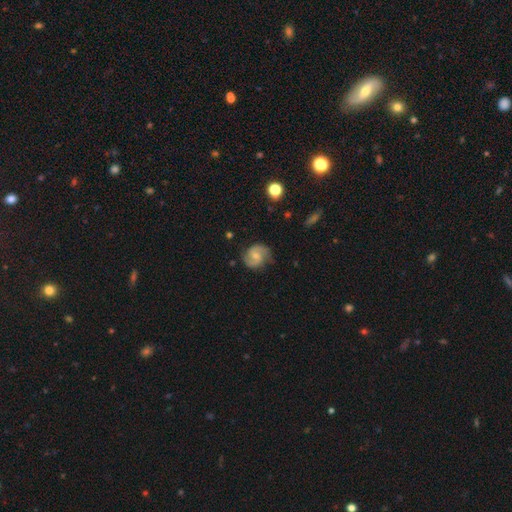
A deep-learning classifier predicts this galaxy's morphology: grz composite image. It shows a featured or disk galaxy (79%) with no bar (47%), 2 (90%) medium (52%) spiral arms (96%) and a small central bulge (51%). Merging: none (78%).